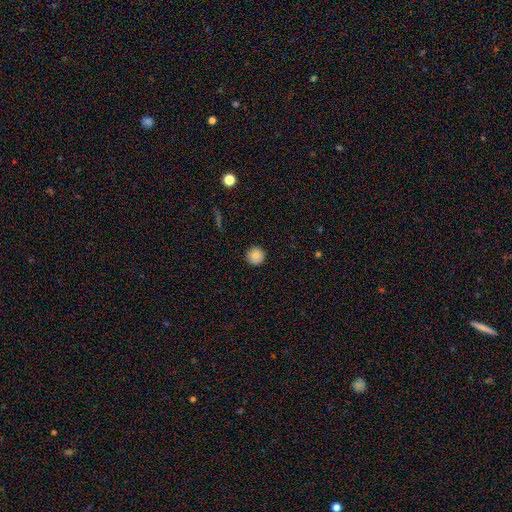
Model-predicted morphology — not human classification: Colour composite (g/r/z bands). It shows a smooth galaxy with no disk features (82%) that is round (96%). Merging: none (91%).